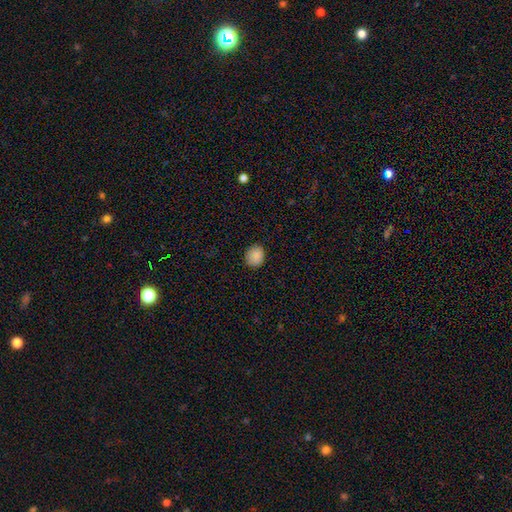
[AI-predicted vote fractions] Smooth or featured?
  - smooth: 87% *
  - star or artifact: 8%
  - featured or disk: 4%
How rounded?
  - round: 73% *
  - in between: 26%
  - cigar-shaped: 1%
Merging?
  - none: 87% *
  - minor disturbance: 10%
  - major disturbance: 2%
  - merger: 1%